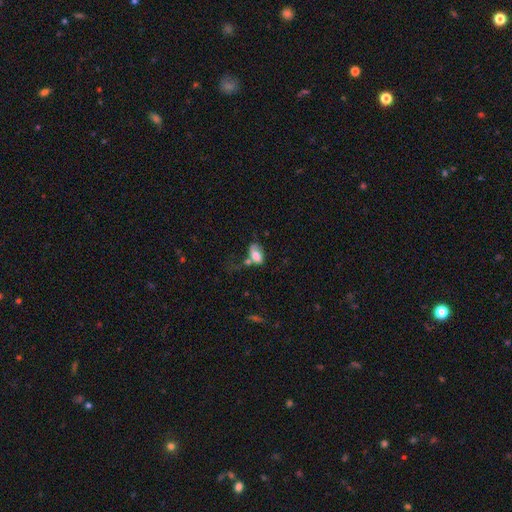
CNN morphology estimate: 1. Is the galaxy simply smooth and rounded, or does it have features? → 70% smooth, 21% featured or disk, 9% star or artifact.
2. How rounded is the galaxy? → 89% in between, 9% round, 2% cigar-shaped.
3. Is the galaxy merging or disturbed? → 27% major disturbance, 26% none, 24% merger, 22% minor disturbance.